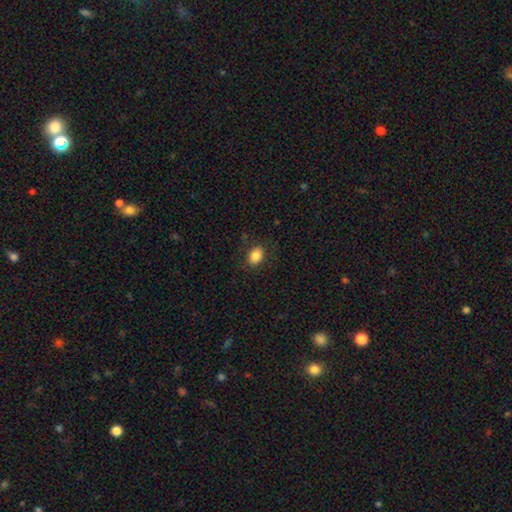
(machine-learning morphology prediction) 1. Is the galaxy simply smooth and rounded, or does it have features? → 86% smooth, 9% star or artifact, 5% featured or disk.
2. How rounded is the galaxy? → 69% in between, 30% round, 1% cigar-shaped.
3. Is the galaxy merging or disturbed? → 86% none, 10% minor disturbance, 3% major disturbance, 1% merger.